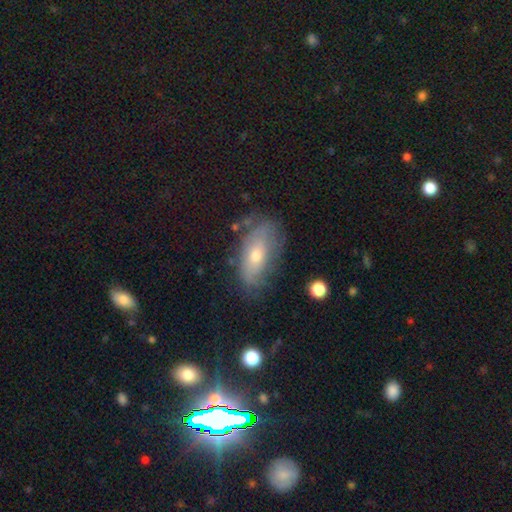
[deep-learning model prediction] Morphology: type=smooth (50%); merging=none (60%).